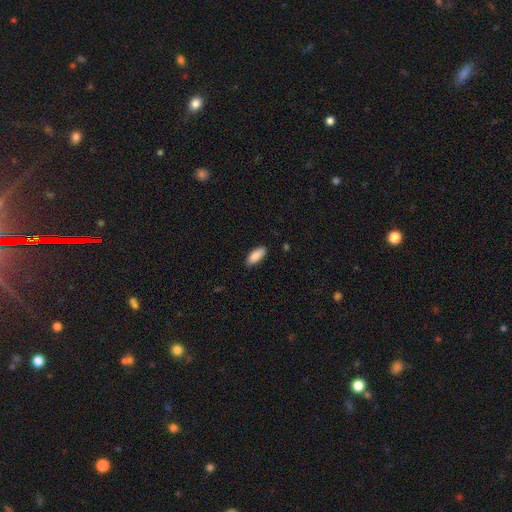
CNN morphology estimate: type=smooth (89%); roundness=in between (80%); merging=none (85%).